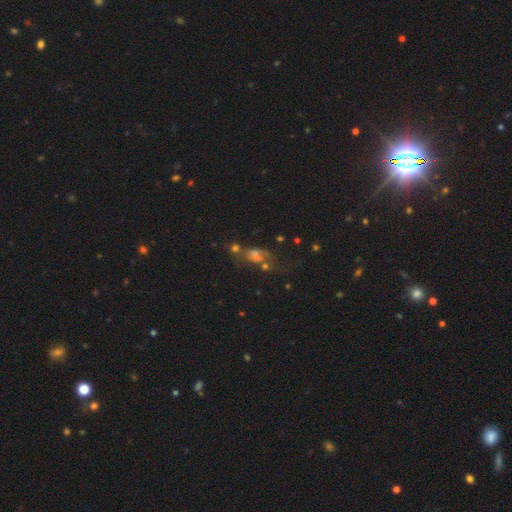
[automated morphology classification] smooth-or-featured: smooth: 41% | star or artifact: 30% | featured or disk: 29%
  merging: none: 35% | merger: 25% | major disturbance: 23% | minor disturbance: 17%